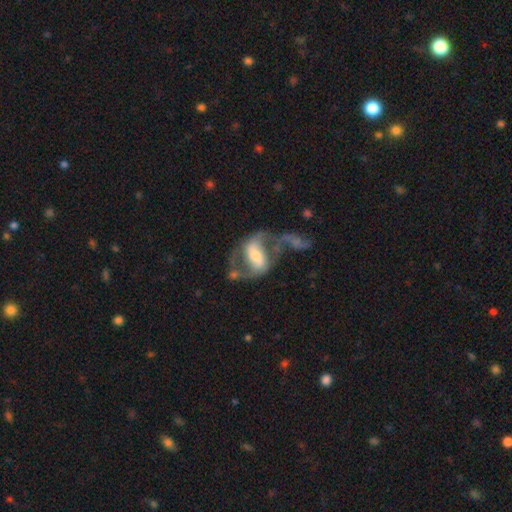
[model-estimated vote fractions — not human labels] Smooth or featured? Predicted: featured or disk (p=0.83). Edge-on disk? Predicted: no (p=0.97). Bar? Predicted: strong (p=0.44). Spiral arms? Predicted: yes (p=0.91). Spiral winding? Predicted: loose (p=0.53). Spiral arm count? Predicted: 2 (p=0.89). Bulge size? Predicted: moderate (p=0.50). Merging? Predicted: none (p=0.42).